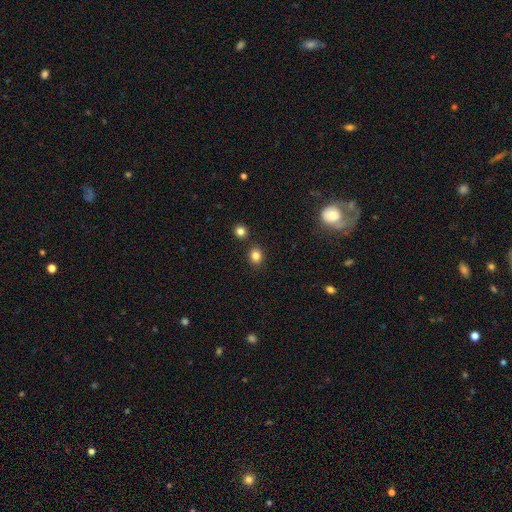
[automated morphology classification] Smooth or featured? smooth (83%)
How rounded? round (65%)
Merging? none (83%)